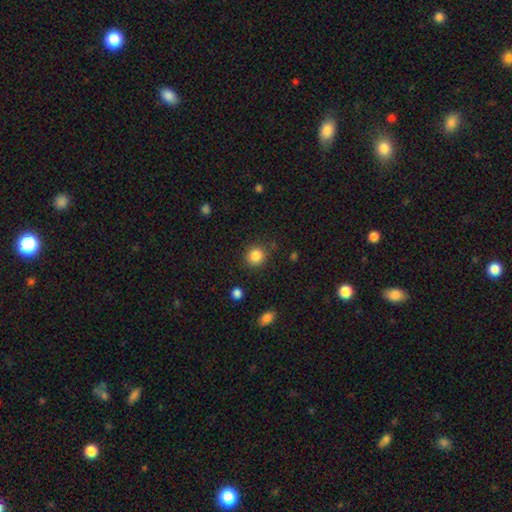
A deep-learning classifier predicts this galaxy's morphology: A smooth galaxy with no disk features (86%) that is round (90%). Merging: none (87%).